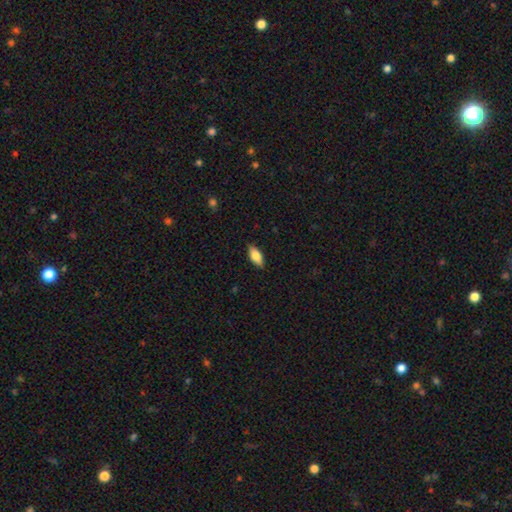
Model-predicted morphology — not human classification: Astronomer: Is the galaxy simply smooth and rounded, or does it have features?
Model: smooth — 81%.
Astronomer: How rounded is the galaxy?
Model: in between — 87%.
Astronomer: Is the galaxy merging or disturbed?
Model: none — 87%.